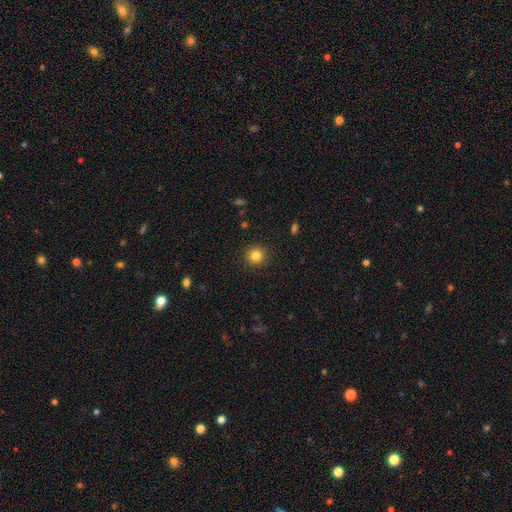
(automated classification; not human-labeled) smooth-or-featured: smooth: 83% | star or artifact: 12% | featured or disk: 6%
  how-rounded: round: 95% | in between: 4% | cigar-shaped: 1%
  merging: none: 92% | minor disturbance: 5% | major disturbance: 2% | merger: 1%